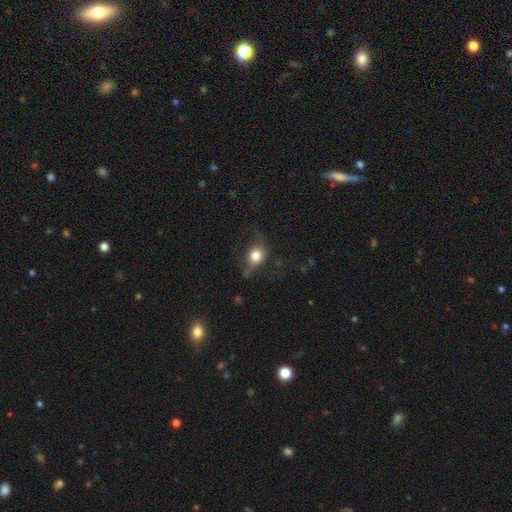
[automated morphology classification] Overall: smooth (69%). How rounded: round (64%; in between 34%). Merging: none (49%; minor disturbance 27%).